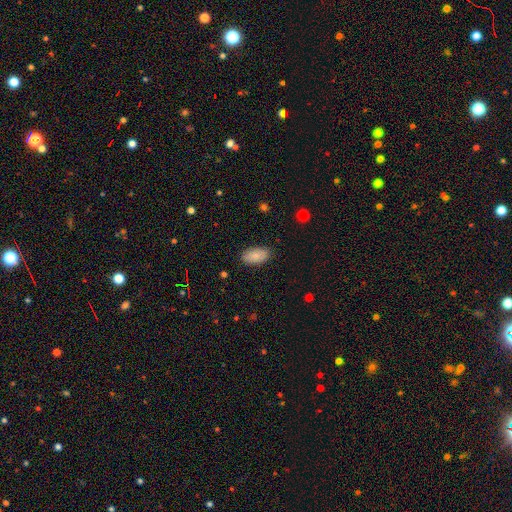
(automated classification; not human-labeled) This is clearly a smooth galaxy (81%). How rounded: clearly in between (94%). Merging: clearly none (86%).